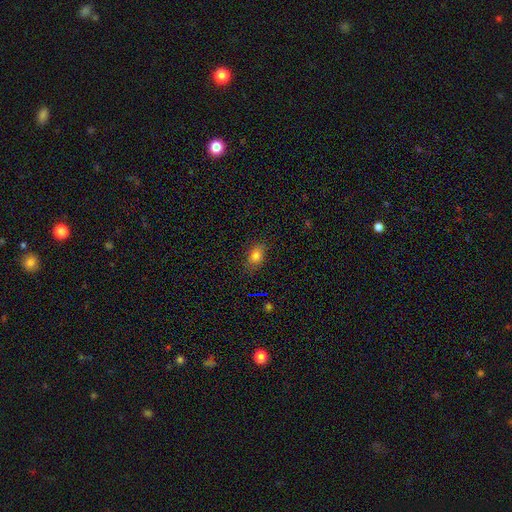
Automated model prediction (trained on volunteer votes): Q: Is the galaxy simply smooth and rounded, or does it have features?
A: smooth — 80%.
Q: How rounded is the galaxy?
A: in between — 72%.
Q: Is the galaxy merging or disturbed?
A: none — 78%.